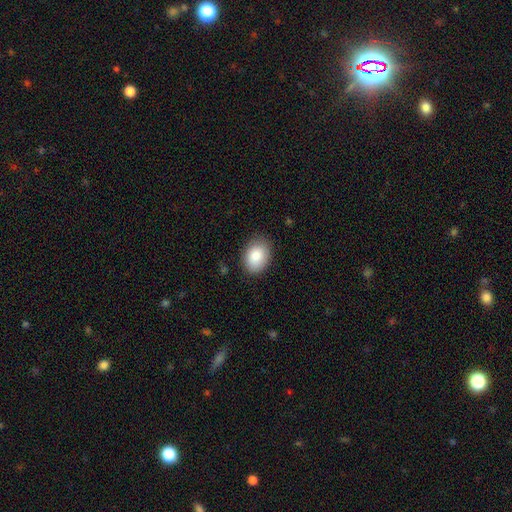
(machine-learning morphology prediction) This is clearly a smooth galaxy (86%). How rounded: likely in between (77%). Merging: clearly none (83%).